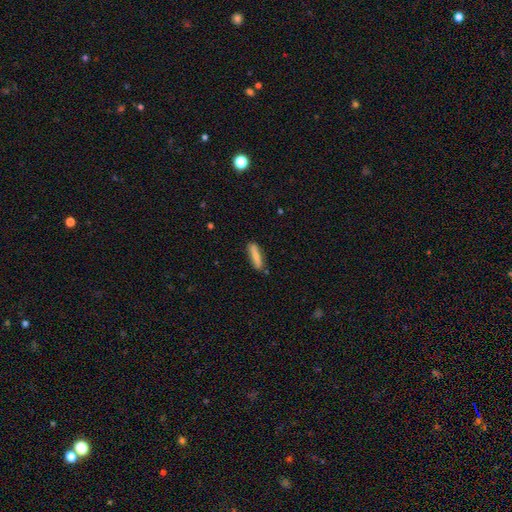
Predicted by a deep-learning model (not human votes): Morphology: type=smooth (74%); roundness=cigar-shaped (77%); merging=none (80%).